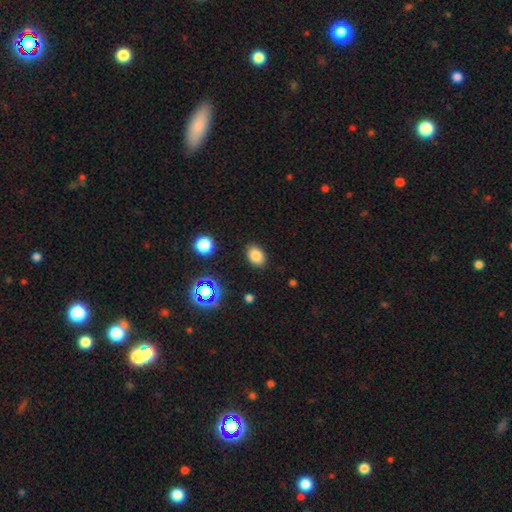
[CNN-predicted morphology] Smooth or featured?
  - smooth: 80% *
  - star or artifact: 13%
  - featured or disk: 7%
How rounded?
  - in between: 79% *
  - round: 20%
  - cigar-shaped: 1%
Merging?
  - none: 87% *
  - minor disturbance: 9%
  - major disturbance: 3%
  - merger: 2%